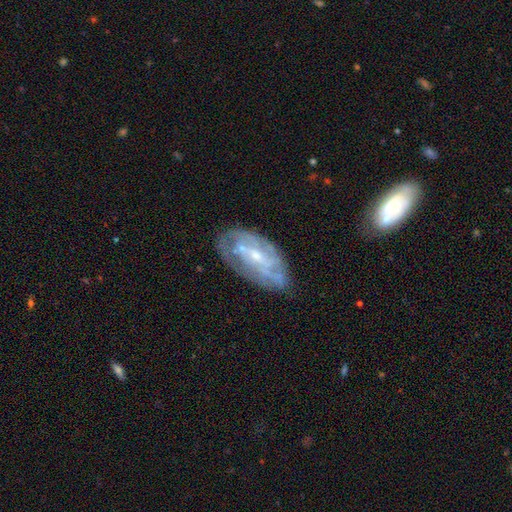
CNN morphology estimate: This is likely a featured or disk galaxy (75%). It is clearly not viewed edge-on (92%). Bar: marginally weak (42%). Spiral arm pattern: likely yes (75%). Spiral arm count: possibly can't tell (55%). Spiral winding: possibly tight (56%). Central bulge: likely small (65%). Merging: likely none (67%).